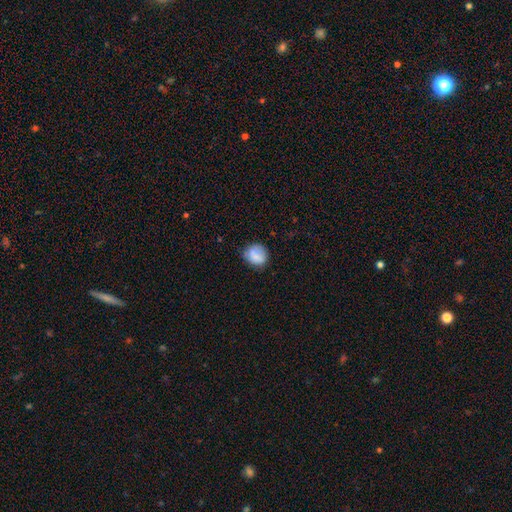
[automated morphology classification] smooth_or_featured: smooth (p=0.78) [alt: featured or disk p=0.13]
how_rounded: round (p=0.76) [alt: in between p=0.23]
merging: none (p=0.67) [alt: minor disturbance p=0.22]